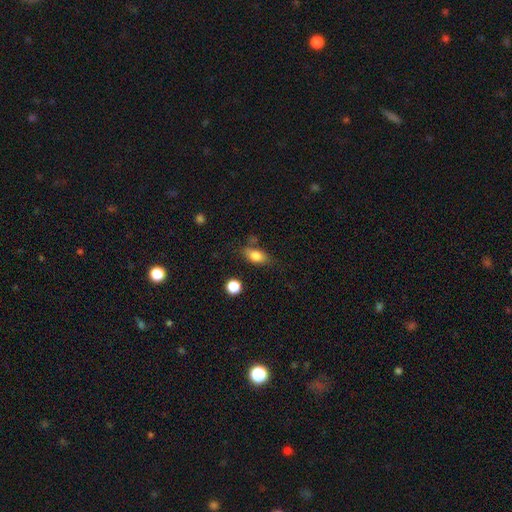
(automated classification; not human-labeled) This is clearly a smooth galaxy (80%). How rounded: clearly in between (82%). Merging: likely none (67%).